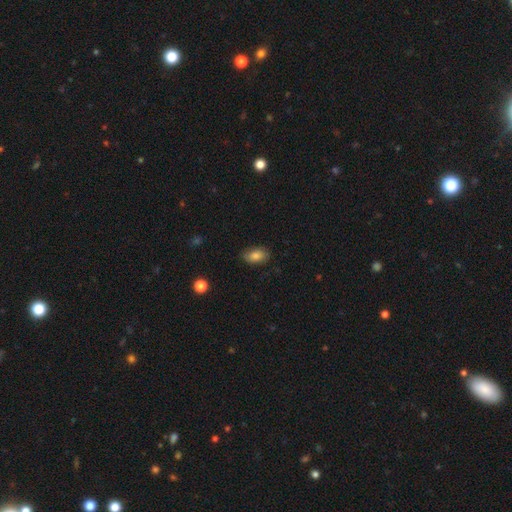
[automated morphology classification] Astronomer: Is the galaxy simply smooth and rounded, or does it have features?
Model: smooth — 81%.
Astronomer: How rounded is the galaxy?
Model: in between — 90%.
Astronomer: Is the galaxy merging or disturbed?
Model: none — 80%.